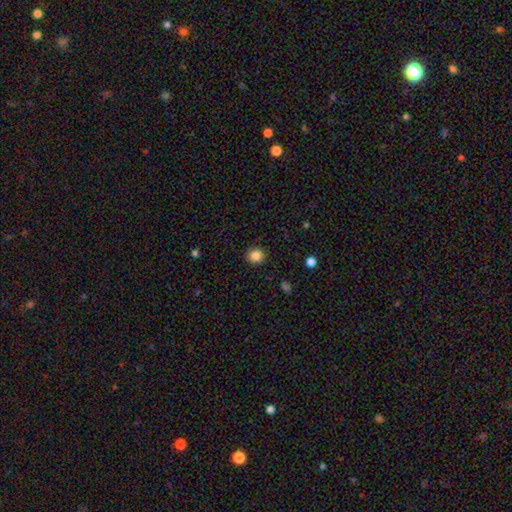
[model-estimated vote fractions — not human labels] Morphology: type=smooth (85%); roundness=round (83%); merging=none (90%).